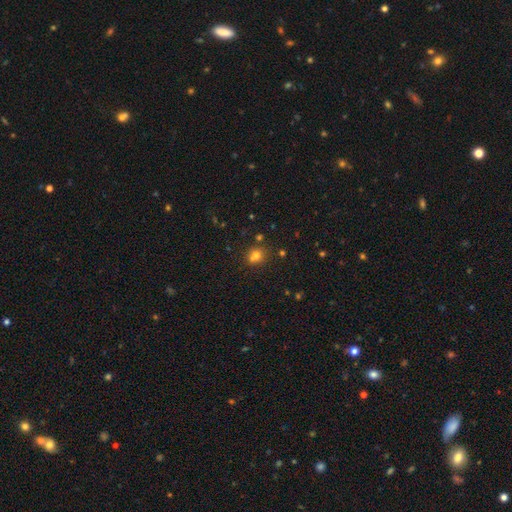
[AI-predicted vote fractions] Smooth or featured? Predicted: smooth (p=0.71). How rounded? Predicted: round (p=0.71). Merging? Predicted: none (p=0.60).